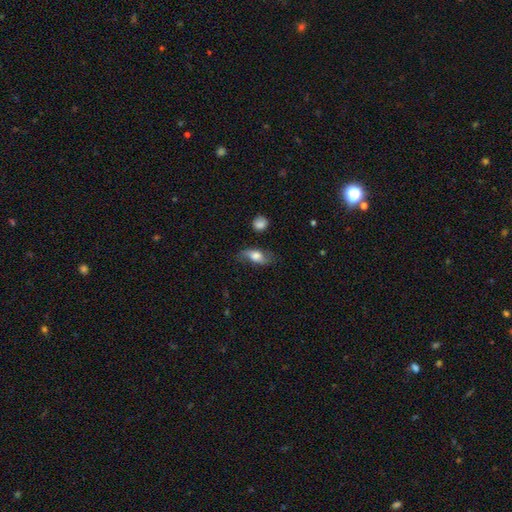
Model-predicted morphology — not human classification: Smooth or featured?
  - smooth: 59% *
  - featured or disk: 33%
  - star or artifact: 8%
How rounded?
  - in between: 78% *
  - cigar-shaped: 14%
  - round: 8%
Merging?
  - none: 61% *
  - minor disturbance: 25%
  - major disturbance: 11%
  - merger: 3%